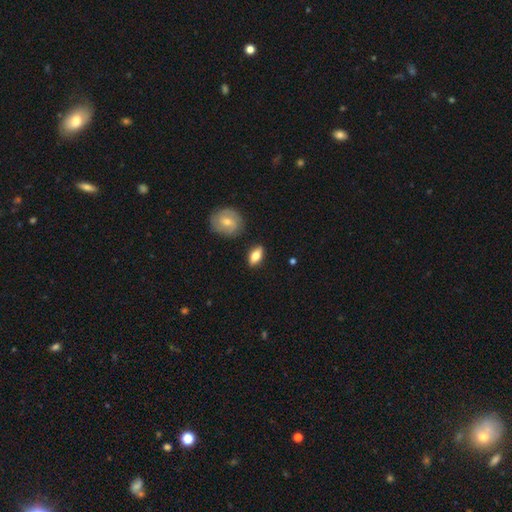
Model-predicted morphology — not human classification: This appears to be a smooth galaxy with no disk features (71%) that is in between round and cigar-shaped (83%). Merging: none (85%).